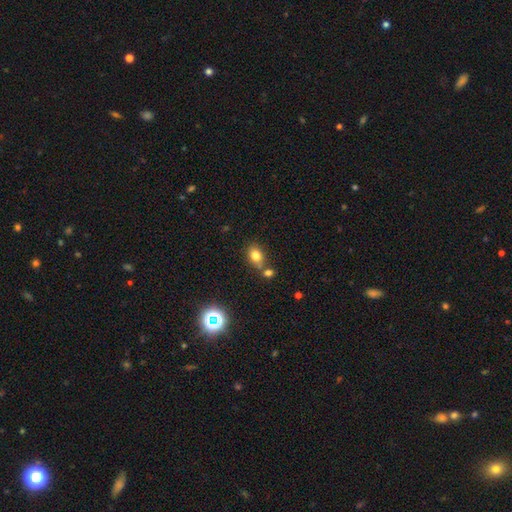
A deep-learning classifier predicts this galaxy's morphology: Q: Smooth or featured?
A: smooth (78%); runner-up: star or artifact (13%)
Q: How rounded?
A: in between (63%); runner-up: round (36%)
Q: Merging?
A: none (61%); runner-up: merger (23%)